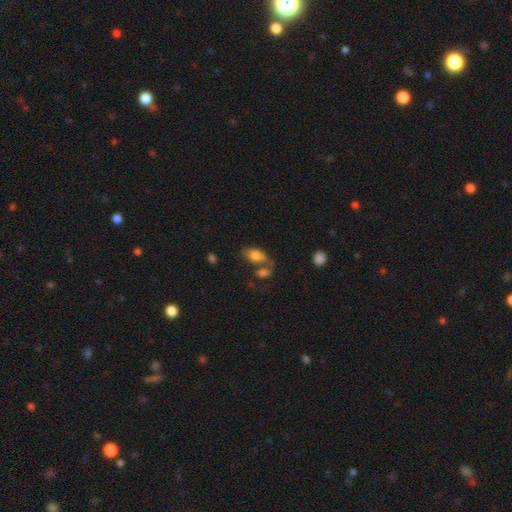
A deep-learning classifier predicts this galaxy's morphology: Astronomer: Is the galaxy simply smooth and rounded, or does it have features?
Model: smooth — 76%.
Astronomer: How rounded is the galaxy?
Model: in between — 87%.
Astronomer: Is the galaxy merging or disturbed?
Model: merger — 38% (runner-up: none, 36%).